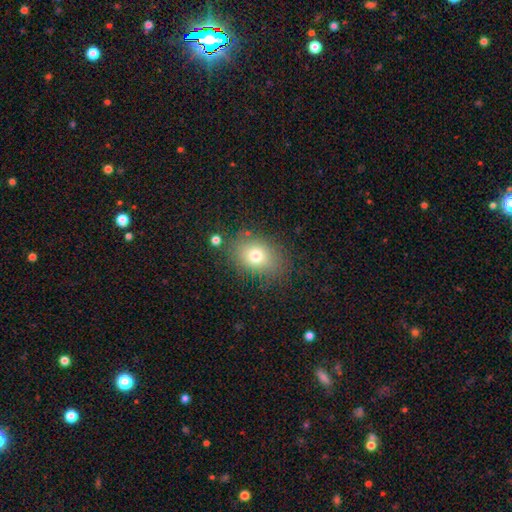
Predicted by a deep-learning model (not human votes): This is likely a smooth galaxy (74%). How rounded: likely in between (63%). Merging: likely none (78%).